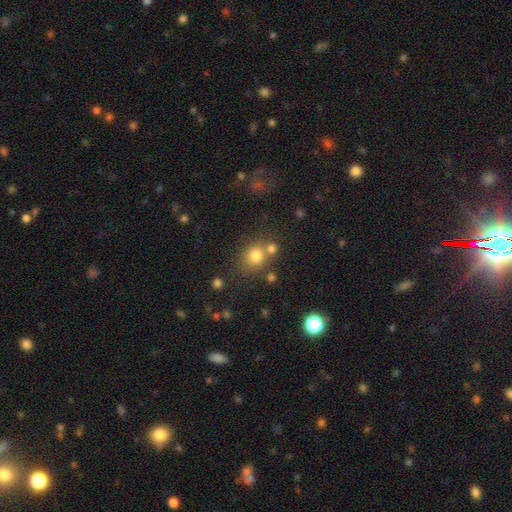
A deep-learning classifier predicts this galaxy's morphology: Smooth or featured? smooth (78%)
How rounded? round (71%)
Merging? none (59%)